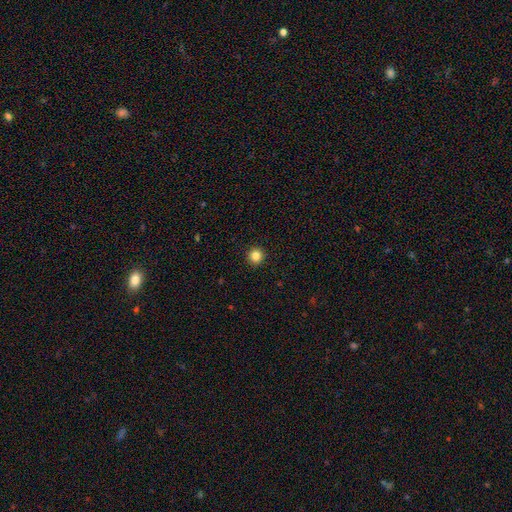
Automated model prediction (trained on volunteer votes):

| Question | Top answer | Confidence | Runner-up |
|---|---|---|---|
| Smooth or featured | smooth | 85% | star or artifact (11%) |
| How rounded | round | 95% | in between (4%) |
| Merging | none | 93% | minor disturbance (4%) |